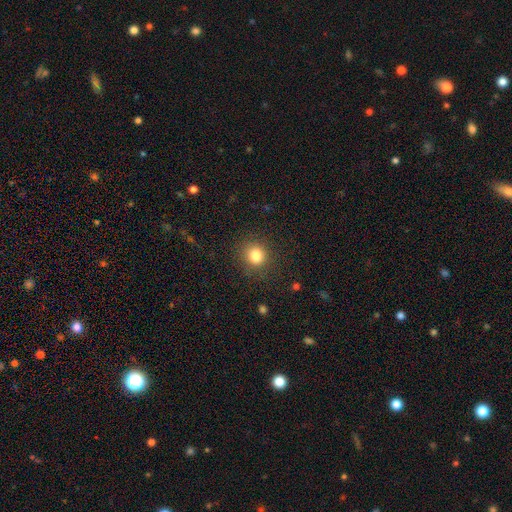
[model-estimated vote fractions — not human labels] smooth_or_featured: smooth (p=0.84) [alt: star or artifact p=0.11]
how_rounded: round (p=0.84) [alt: in between p=0.15]
merging: none (p=0.86) [alt: minor disturbance p=0.09]